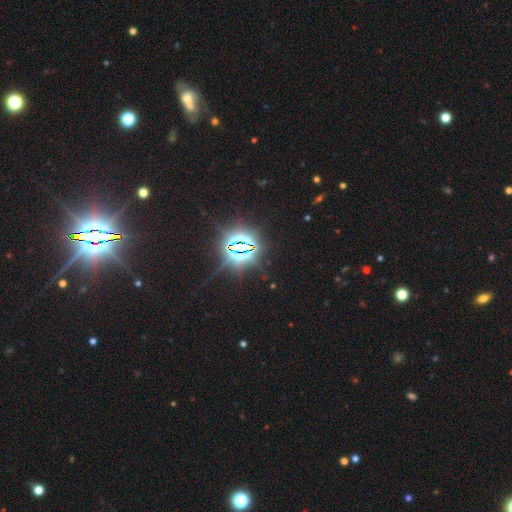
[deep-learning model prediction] This is clearly a star or artifact rather than a galaxy (85%).